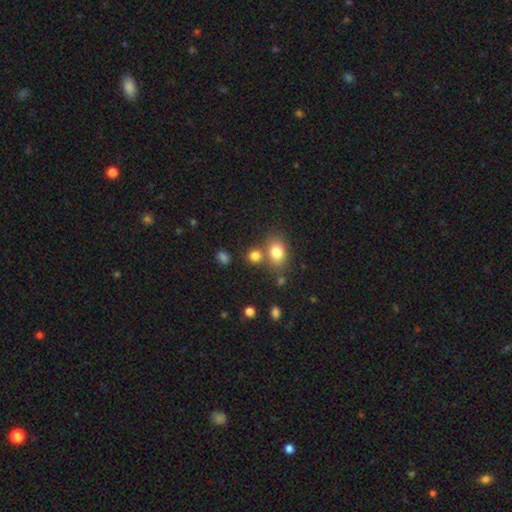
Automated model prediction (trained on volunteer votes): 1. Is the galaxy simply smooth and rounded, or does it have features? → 80% smooth, 13% star or artifact, 7% featured or disk.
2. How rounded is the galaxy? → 64% round, 34% in between, 1% cigar-shaped.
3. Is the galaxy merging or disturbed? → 61% none, 25% merger, 10% minor disturbance, 4% major disturbance.